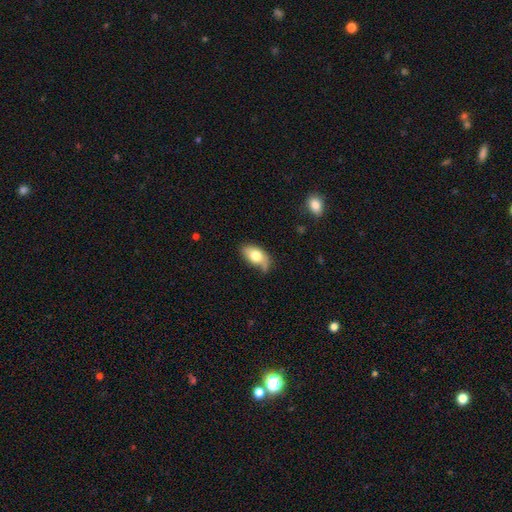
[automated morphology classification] Smooth or featured?
  - smooth: 72% *
  - featured or disk: 22%
  - star or artifact: 7%
How rounded?
  - in between: 91% *
  - round: 6%
  - cigar-shaped: 3%
Merging?
  - none: 50% *
  - minor disturbance: 34%
  - major disturbance: 12%
  - merger: 5%